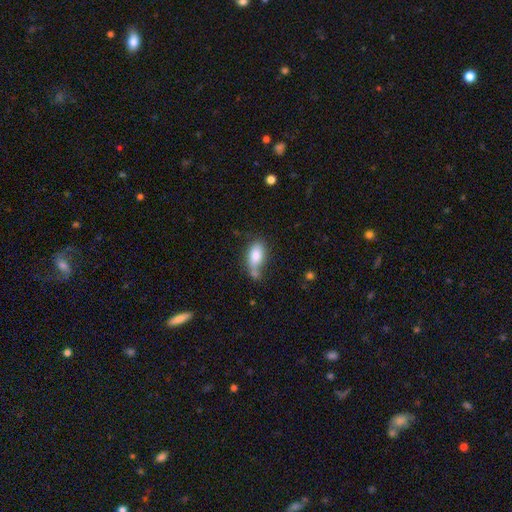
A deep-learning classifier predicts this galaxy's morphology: Smooth or featured? smooth (79%)
How rounded? in between (88%)
Merging? none (44%)